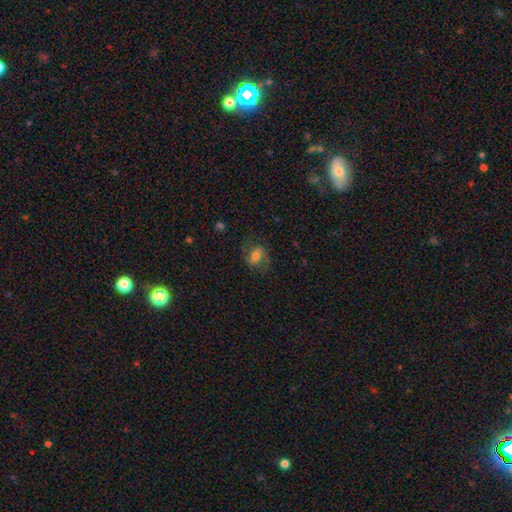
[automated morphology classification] Smooth or featured?
  - smooth: 48% *
  - featured or disk: 42%
  - star or artifact: 10%
Merging?
  - none: 69% *
  - minor disturbance: 19%
  - major disturbance: 12%
  - merger: 1%